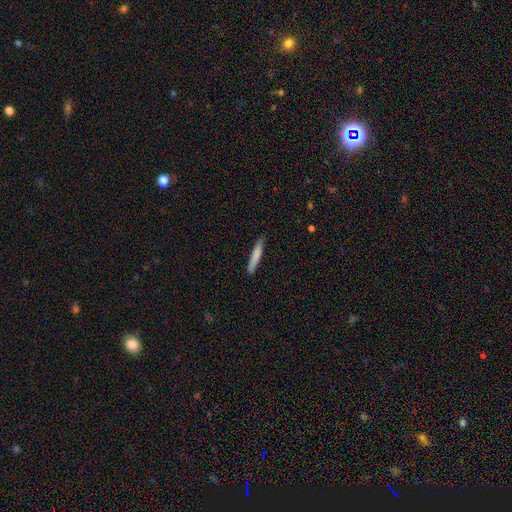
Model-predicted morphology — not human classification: smooth_or_featured: smooth (p=0.80) [alt: featured or disk p=0.14]
how_rounded: cigar-shaped (p=0.93) [alt: in between p=0.06]
merging: none (p=0.87) [alt: minor disturbance p=0.10]